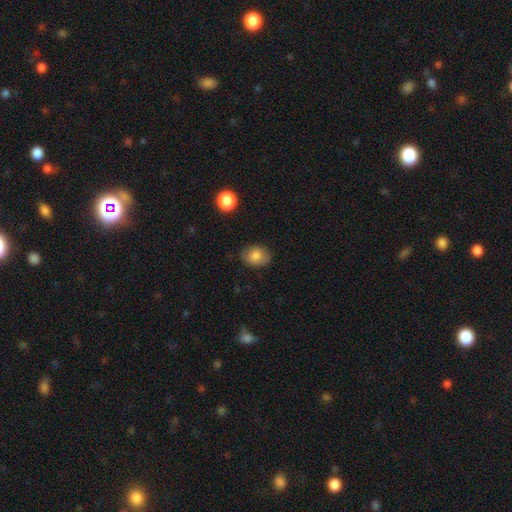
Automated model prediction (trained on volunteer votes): A smooth galaxy with no disk features (81%) that is in between round and cigar-shaped (61%). Merging: none (79%).